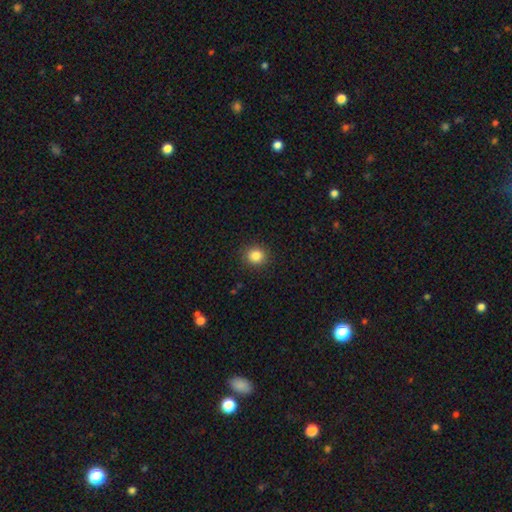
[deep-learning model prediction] Smooth or featured? smooth (85%)
How rounded? round (88%)
Merging? none (91%)